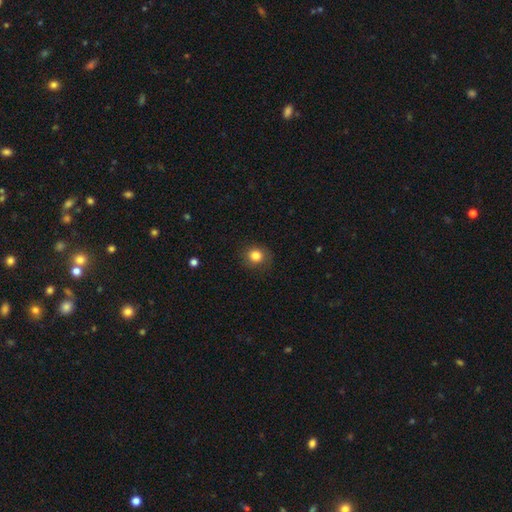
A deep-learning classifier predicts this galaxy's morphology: Smooth or featured?
  - smooth: 82% *
  - star or artifact: 11%
  - featured or disk: 6%
How rounded?
  - round: 84% *
  - in between: 15%
  - cigar-shaped: 1%
Merging?
  - none: 82% *
  - minor disturbance: 13%
  - major disturbance: 4%
  - merger: 1%